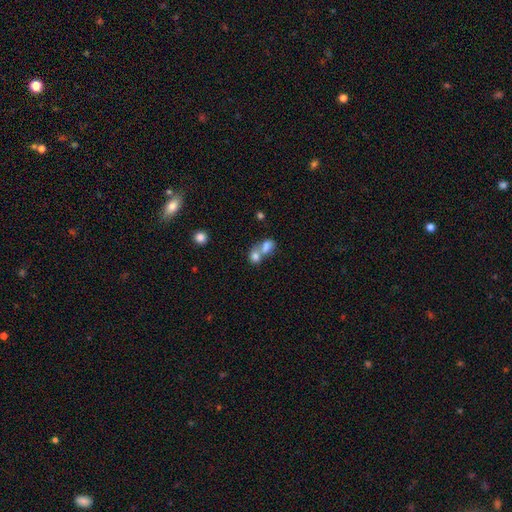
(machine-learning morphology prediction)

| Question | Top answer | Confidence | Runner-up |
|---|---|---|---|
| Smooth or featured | smooth | 78% | featured or disk (12%) |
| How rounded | in between | 54% | round (44%) |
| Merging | merger | 69% | none (22%) |